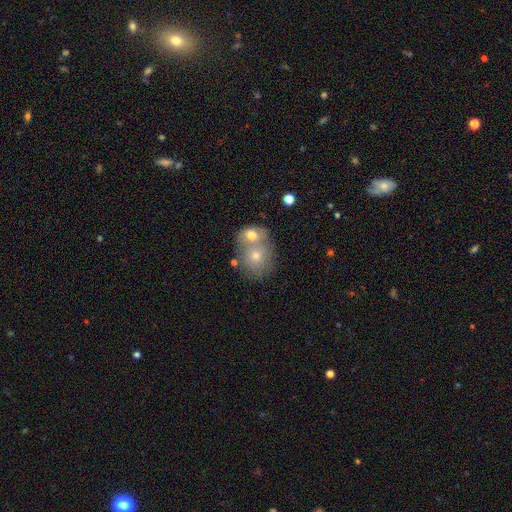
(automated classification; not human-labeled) A smooth galaxy with no disk features (67%) that is round (72%). Merging: merger (58%).